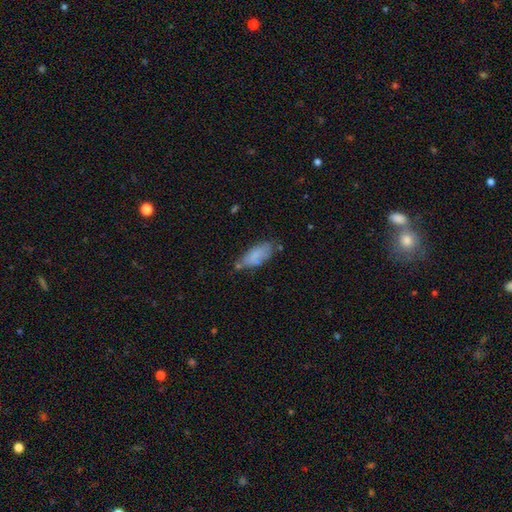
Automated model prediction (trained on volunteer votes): Smooth or featured: smooth — 74% (featured or disk — 18%)
How rounded: in between — 82% (cigar-shaped — 16%)
Merging: none — 54% (minor disturbance — 30%)